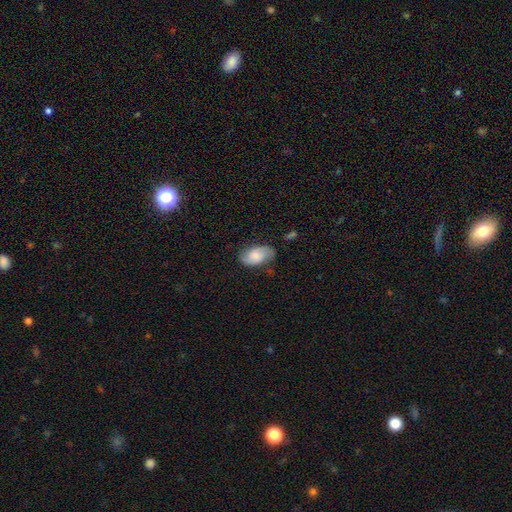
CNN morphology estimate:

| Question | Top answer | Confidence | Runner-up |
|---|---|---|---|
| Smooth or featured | smooth | 64% | featured or disk (30%) |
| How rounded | in between | 93% | round (5%) |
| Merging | none | 68% | minor disturbance (24%) |